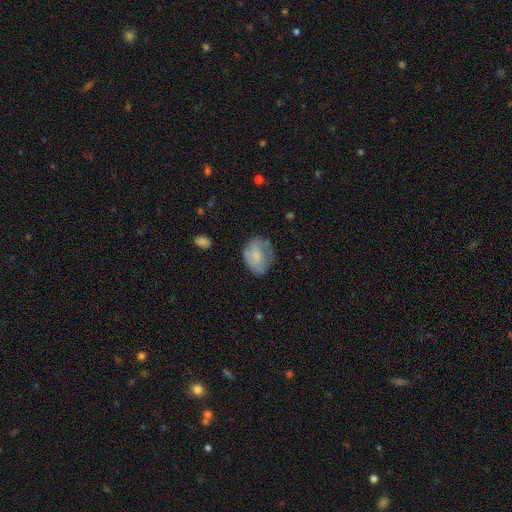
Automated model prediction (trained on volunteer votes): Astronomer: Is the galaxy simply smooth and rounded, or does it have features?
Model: smooth — 60%.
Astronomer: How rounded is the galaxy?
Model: in between — 57% (runner-up: round, 42%).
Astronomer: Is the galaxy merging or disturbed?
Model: none — 54%.